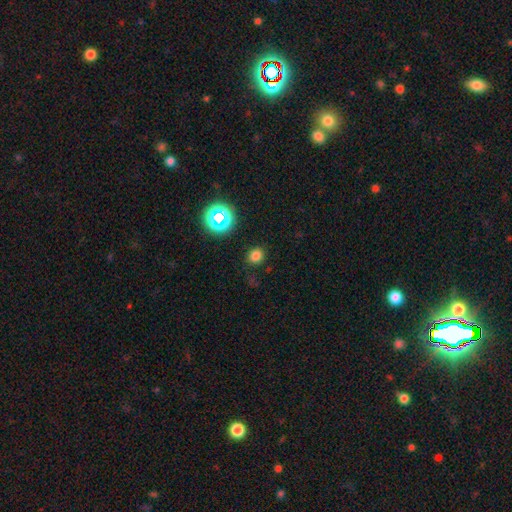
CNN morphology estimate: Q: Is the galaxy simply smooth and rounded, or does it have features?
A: smooth — 74%.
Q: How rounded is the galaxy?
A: round — 81%.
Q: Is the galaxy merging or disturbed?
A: none — 86%.